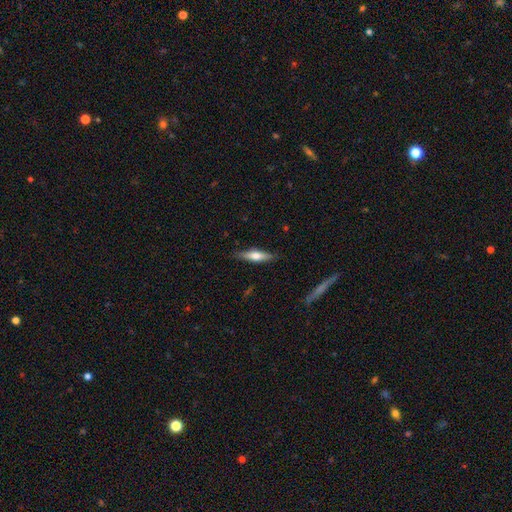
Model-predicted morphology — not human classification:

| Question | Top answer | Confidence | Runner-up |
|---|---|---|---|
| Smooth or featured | smooth | 54% | featured or disk (40%) |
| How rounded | cigar-shaped | 71% | in between (27%) |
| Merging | none | 84% | minor disturbance (12%) |